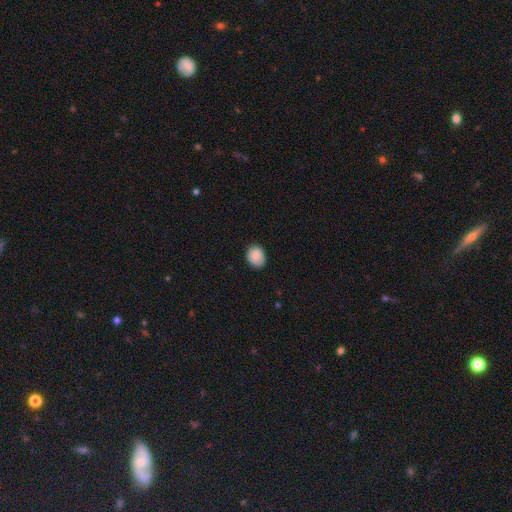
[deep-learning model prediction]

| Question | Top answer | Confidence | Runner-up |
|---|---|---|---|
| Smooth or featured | smooth | 86% | star or artifact (8%) |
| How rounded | round | 56% | in between (43%) |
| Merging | none | 79% | minor disturbance (17%) |